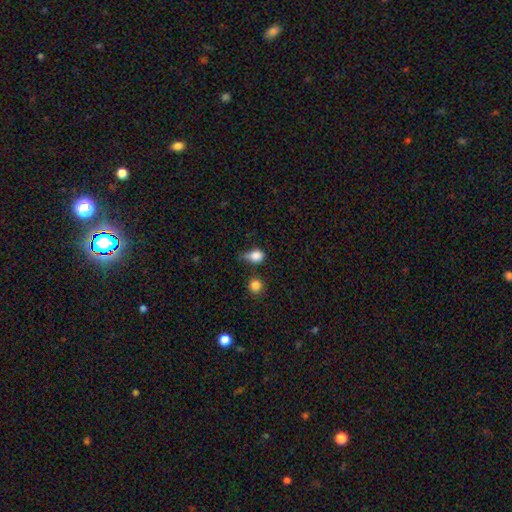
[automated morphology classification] Overall: smooth (82%). How rounded: round (52%; in between 46%). Merging: minor disturbance (39%; none 38%).